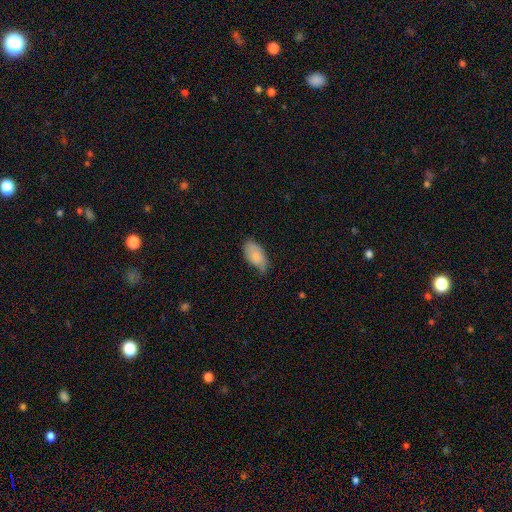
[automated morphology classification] This appears to be a smooth galaxy with no disk features (77%) that is in between round and cigar-shaped (94%). Merging: none (47%).